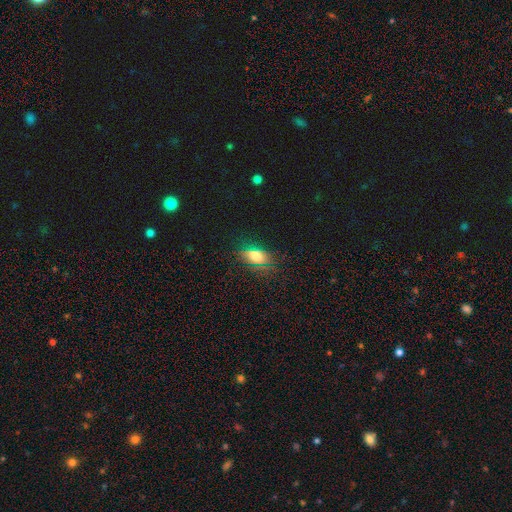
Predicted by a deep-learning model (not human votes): smooth_or_featured: smooth (p=0.65) [alt: star or artifact p=0.21]
how_rounded: in between (p=0.78) [alt: round p=0.17]
merging: none (p=0.77) [alt: minor disturbance p=0.15]